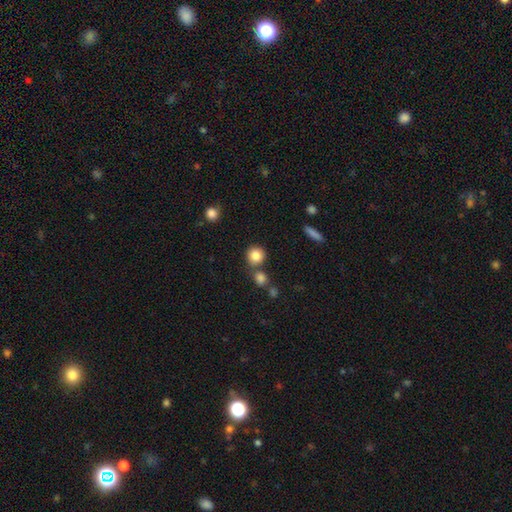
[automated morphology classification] Q: Smooth or featured?
A: smooth (84%); runner-up: star or artifact (10%)
Q: How rounded?
A: round (90%); runner-up: in between (9%)
Q: Merging?
A: none (71%); runner-up: merger (17%)